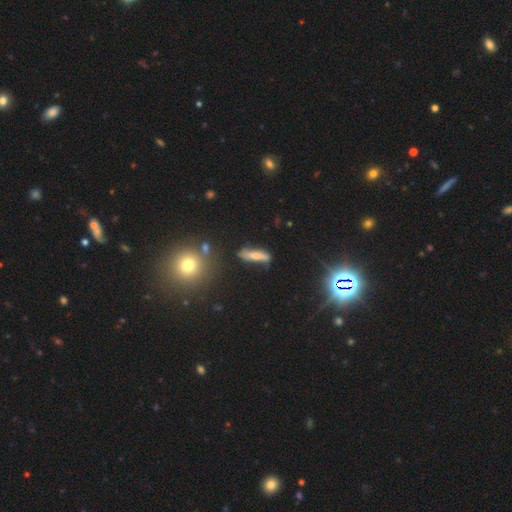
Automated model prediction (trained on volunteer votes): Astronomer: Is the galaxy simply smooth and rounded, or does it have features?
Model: smooth — 55% (runner-up: featured or disk, 34%).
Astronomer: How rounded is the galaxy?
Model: cigar-shaped — 71%.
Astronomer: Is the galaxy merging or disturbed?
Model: none — 64%.